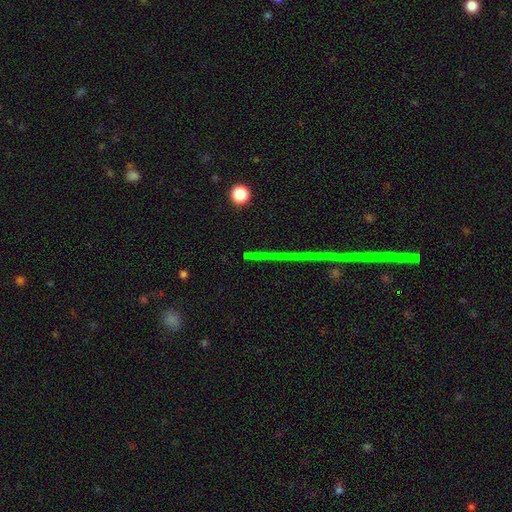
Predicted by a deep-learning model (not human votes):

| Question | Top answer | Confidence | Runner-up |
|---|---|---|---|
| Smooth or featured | star or artifact | 66% | smooth (19%) |